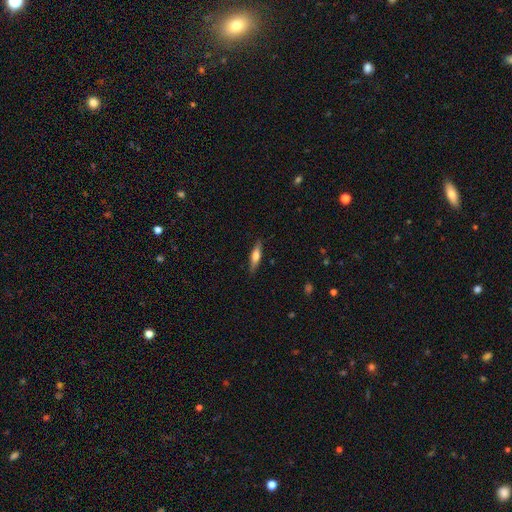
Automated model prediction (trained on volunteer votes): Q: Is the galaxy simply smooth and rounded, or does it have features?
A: smooth — 54%.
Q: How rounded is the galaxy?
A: cigar-shaped — 69%.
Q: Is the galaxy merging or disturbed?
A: none — 85%.